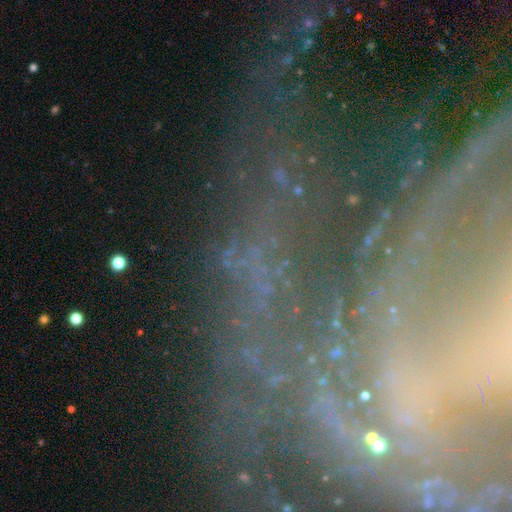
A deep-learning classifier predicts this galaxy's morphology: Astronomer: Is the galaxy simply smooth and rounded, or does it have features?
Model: star or artifact — 44% (runner-up: featured or disk, 42%).